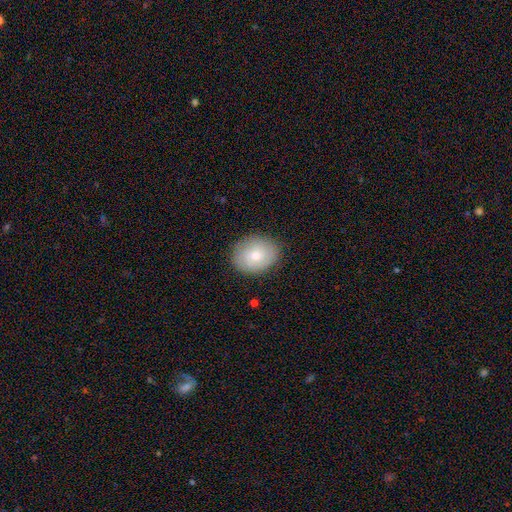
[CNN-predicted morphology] Smooth or featured?
  - smooth: 71% *
  - featured or disk: 22%
  - star or artifact: 7%
How rounded?
  - in between: 54% *
  - round: 45%
  - cigar-shaped: 1%
Merging?
  - none: 84% *
  - minor disturbance: 12%
  - major disturbance: 3%
  - merger: 1%